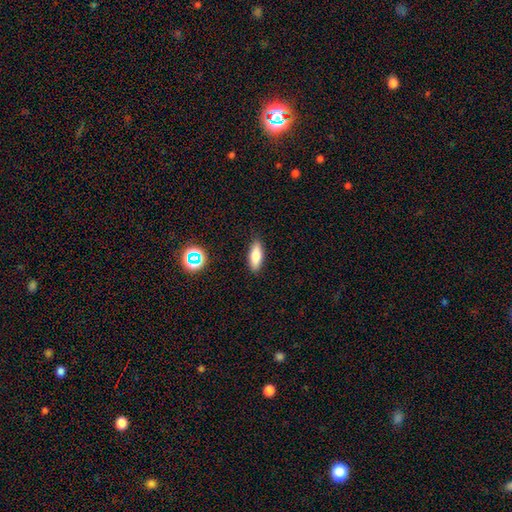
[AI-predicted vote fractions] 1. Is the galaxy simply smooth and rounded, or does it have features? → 76% smooth, 16% featured or disk, 8% star or artifact.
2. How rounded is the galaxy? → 64% in between, 33% cigar-shaped, 3% round.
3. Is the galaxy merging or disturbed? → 88% none, 9% minor disturbance, 2% major disturbance, 1% merger.